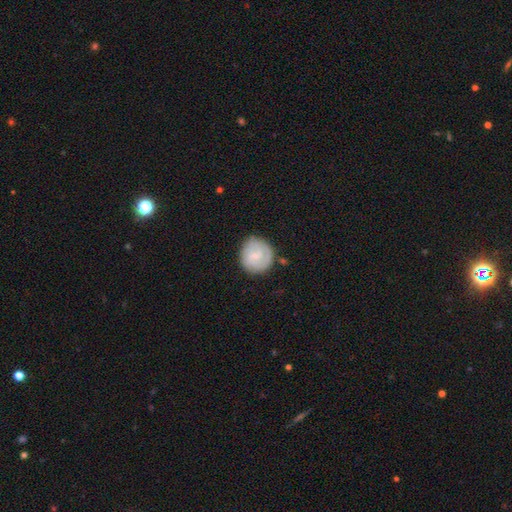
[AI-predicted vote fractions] smooth_or_featured: featured or disk (p=0.56) [alt: smooth p=0.38]
disk_edge_on: no (p=0.98) [alt: yes p=0.02]
bar: weak (p=0.53) [alt: no p=0.37]
has_spiral_arms: yes (p=0.86) [alt: no p=0.14]
bulge_size: small (p=0.57) [alt: moderate p=0.20]
merging: none (p=0.79) [alt: minor disturbance p=0.14]